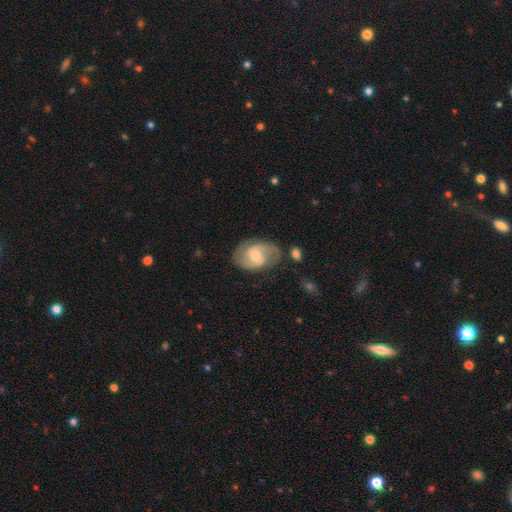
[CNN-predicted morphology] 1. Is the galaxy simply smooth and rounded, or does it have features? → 78% featured or disk, 17% smooth, 5% star or artifact.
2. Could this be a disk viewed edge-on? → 97% no, 3% yes.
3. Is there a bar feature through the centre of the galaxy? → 51% no, 41% weak, 7% strong.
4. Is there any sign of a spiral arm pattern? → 94% yes, 6% no.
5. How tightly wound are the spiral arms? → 52% medium, 29% tight, 19% loose.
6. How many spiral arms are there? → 87% 2, 7% can't tell, 2% 3, 2% 1, 1% 4, 1% more than 4.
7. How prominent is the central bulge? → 51% small, 43% moderate, 3% large, 2% none, 1% dominant.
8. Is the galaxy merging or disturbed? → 73% none, 17% minor disturbance, 6% major disturbance, 3% merger.